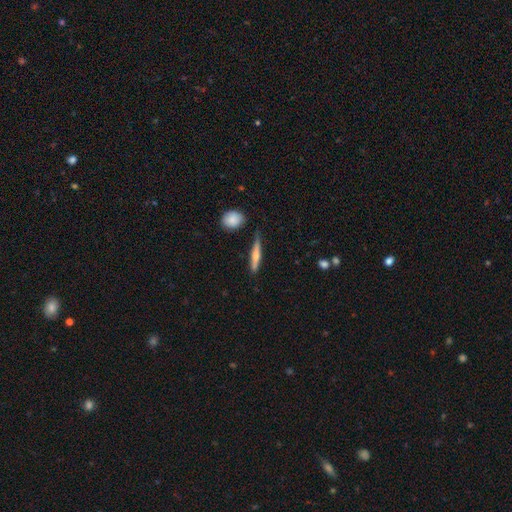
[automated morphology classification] smooth-or-featured: smooth: 54% | featured or disk: 40% | star or artifact: 6%
  how-rounded: cigar-shaped: 87% | in between: 10% | round: 2%
  merging: none: 79% | minor disturbance: 15% | merger: 3% | major disturbance: 3%